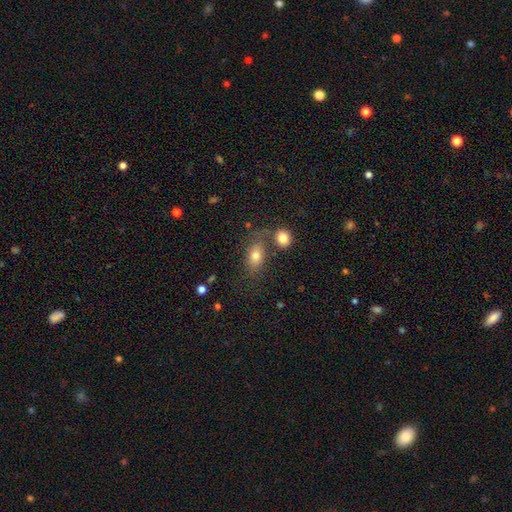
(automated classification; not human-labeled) Morphology: type=smooth (75%); roundness=in between (81%); merging=none (56%).